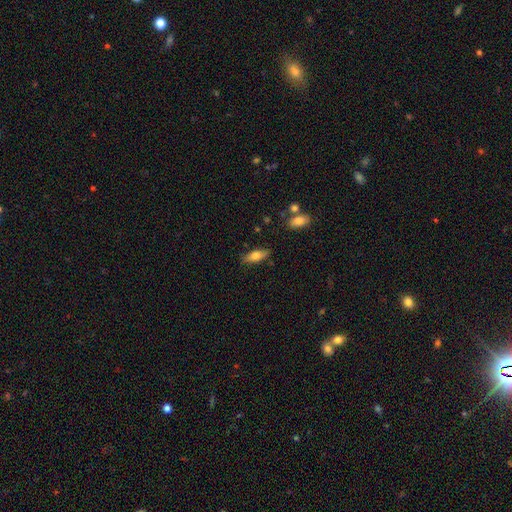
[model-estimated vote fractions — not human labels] Smooth or featured: smooth — 69% (featured or disk — 24%)
How rounded: in between — 68% (cigar-shaped — 29%)
Merging: none — 80% (minor disturbance — 15%)